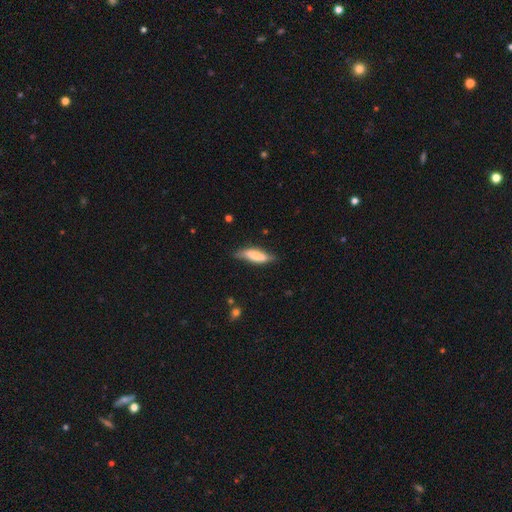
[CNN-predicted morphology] Smooth or featured? smooth (66%)
How rounded? cigar-shaped (55%)
Merging? none (65%)